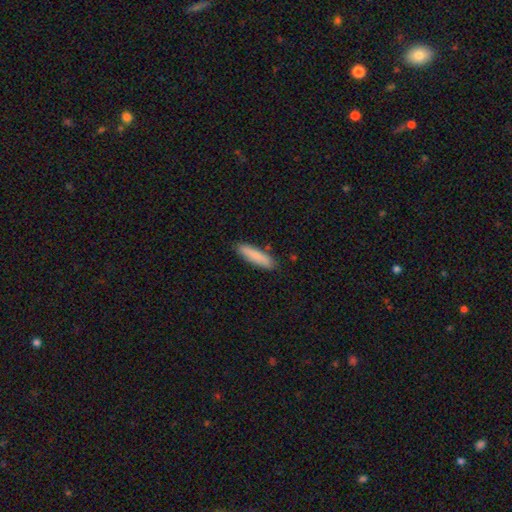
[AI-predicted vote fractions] A smooth galaxy with no disk features (82%) that is cigar-shaped (76%). Merging: none (87%).